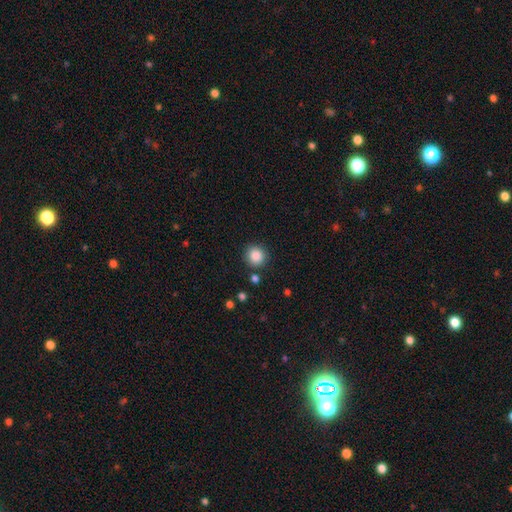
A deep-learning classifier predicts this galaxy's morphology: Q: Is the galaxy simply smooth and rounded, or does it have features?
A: smooth — 87%.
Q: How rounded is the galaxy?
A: round — 92%.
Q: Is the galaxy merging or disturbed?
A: none — 87%.